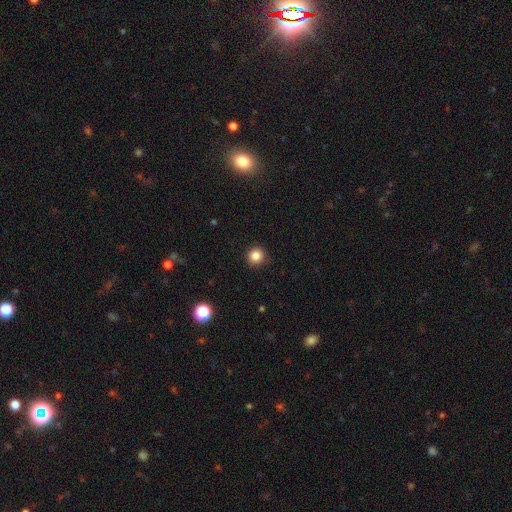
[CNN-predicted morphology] Overall: smooth (85%). How rounded: round (94%). Merging: none (91%).